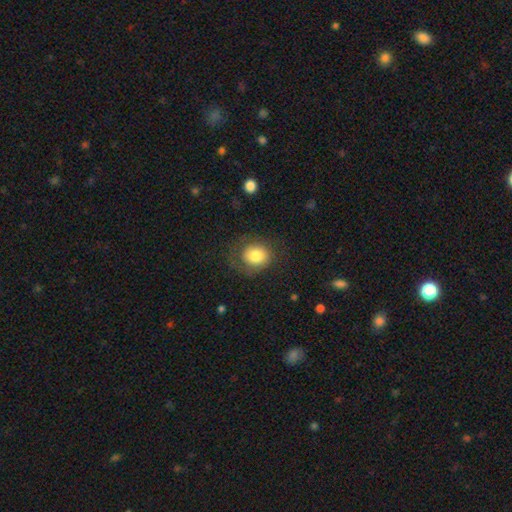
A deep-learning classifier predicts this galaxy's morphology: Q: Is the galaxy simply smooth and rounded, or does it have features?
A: smooth — 77%.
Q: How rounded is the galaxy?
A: round — 71%.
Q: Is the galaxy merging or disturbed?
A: none — 70%.